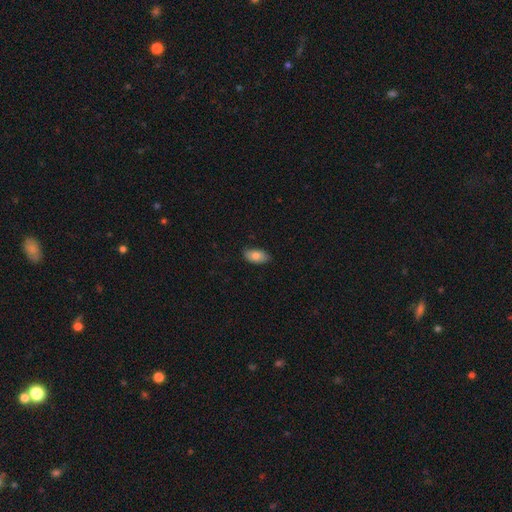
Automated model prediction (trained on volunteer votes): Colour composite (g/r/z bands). It shows a smooth galaxy with no disk features (79%) that is in between round and cigar-shaped (93%). Merging: none (82%).